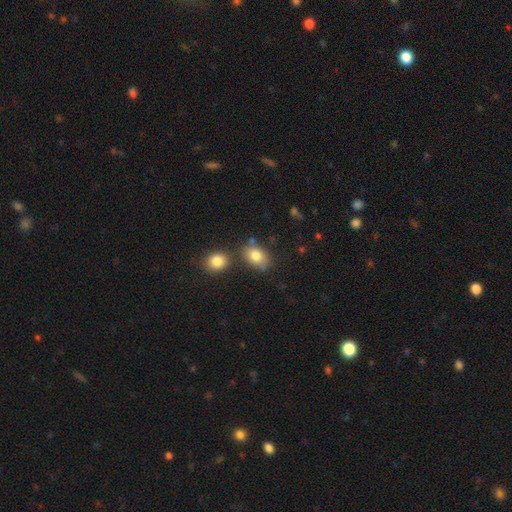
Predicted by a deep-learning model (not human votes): This appears to be a smooth galaxy with no disk features (81%) that is in between round and cigar-shaped (75%). Merging: none (62%).